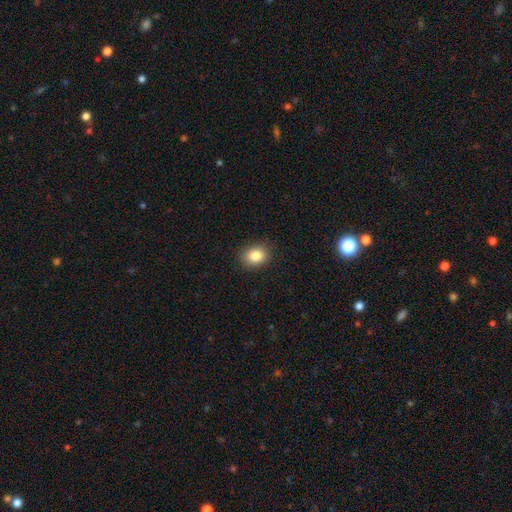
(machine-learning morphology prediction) type=smooth (85%); roundness=in between (52%); merging=none (89%).